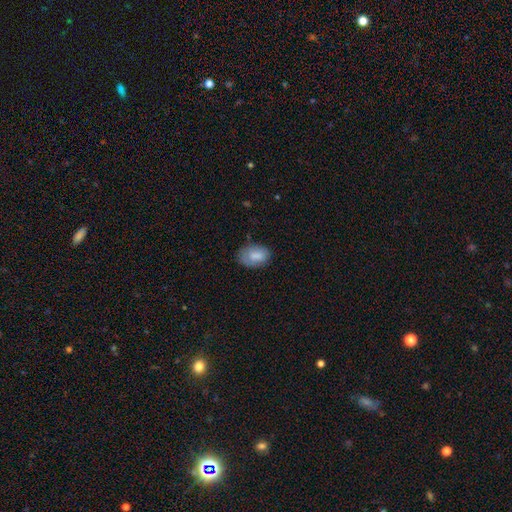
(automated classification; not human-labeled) Smooth or featured? smooth (78%)
How rounded? in between (86%)
Merging? none (69%)